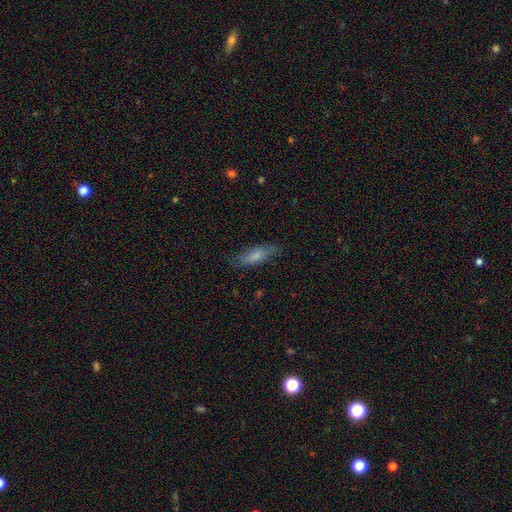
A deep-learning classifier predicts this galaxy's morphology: type=smooth (74%); roundness=cigar-shaped (56%); merging=none (79%).